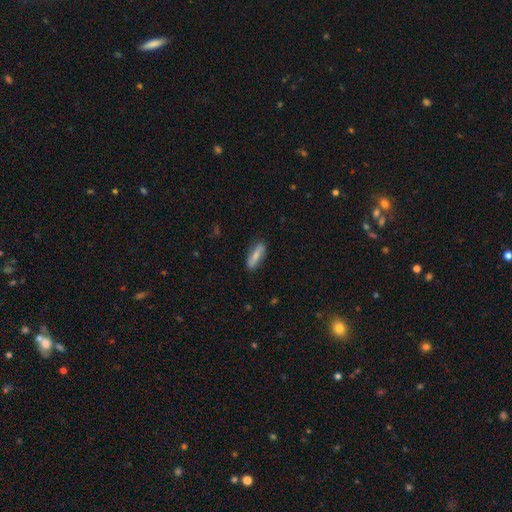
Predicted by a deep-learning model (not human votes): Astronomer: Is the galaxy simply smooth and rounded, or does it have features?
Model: smooth — 65%.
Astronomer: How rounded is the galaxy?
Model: in between — 53% (runner-up: cigar-shaped, 44%).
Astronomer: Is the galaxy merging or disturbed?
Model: none — 82%.